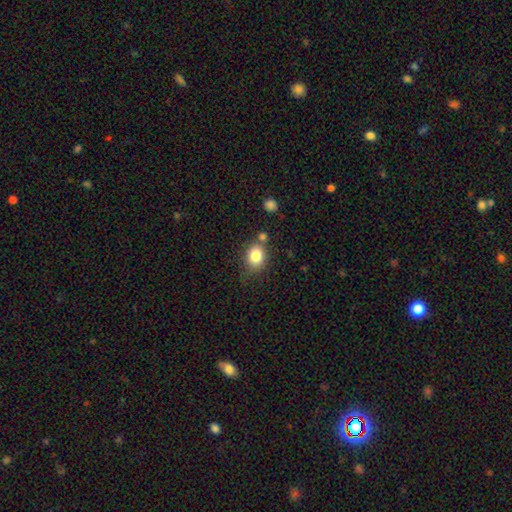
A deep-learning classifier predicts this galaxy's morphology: This is clearly a smooth galaxy (82%). How rounded: possibly round (52%). Merging: likely none (65%).